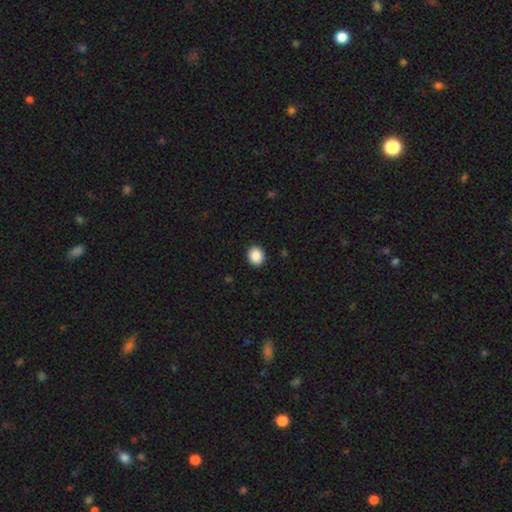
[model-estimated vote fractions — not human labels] A smooth galaxy with no disk features (89%) that is round (73%). Merging: none (92%).